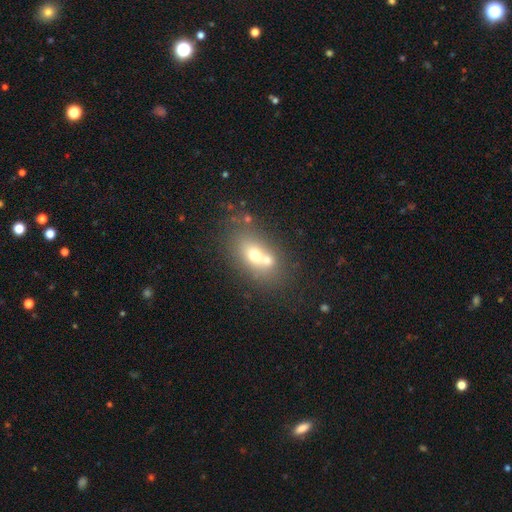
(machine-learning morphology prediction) Smooth or featured?
  - smooth: 61% *
  - featured or disk: 26%
  - star or artifact: 13%
How rounded?
  - in between: 69% *
  - round: 28%
  - cigar-shaped: 2%
Merging?
  - merger: 48% *
  - none: 37%
  - minor disturbance: 10%
  - major disturbance: 5%